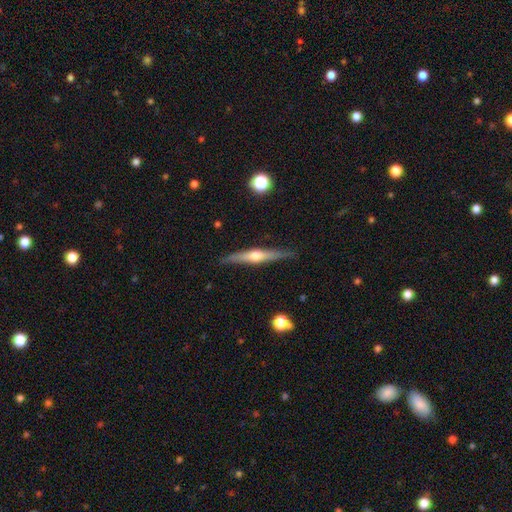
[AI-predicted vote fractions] Overall: featured or disk (67%; smooth 27%). Edge-on disk: yes (97%). Edge-on bulge: rounded (90%). Merging: none (88%).